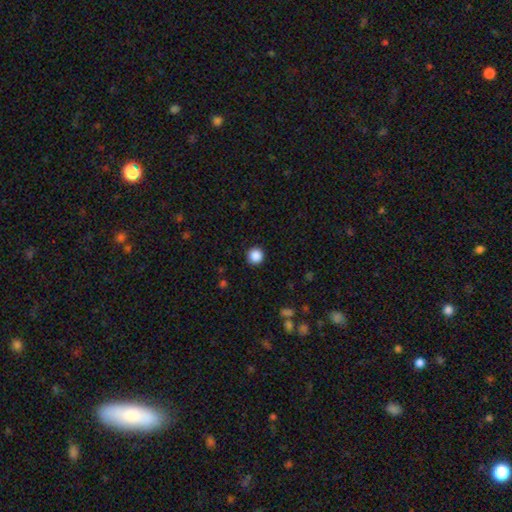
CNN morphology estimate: smooth-or-featured: smooth: 87% | star or artifact: 10% | featured or disk: 2%
  how-rounded: round: 95% | in between: 4% | cigar-shaped: 1%
  merging: none: 92% | minor disturbance: 5% | major disturbance: 2% | merger: 1%